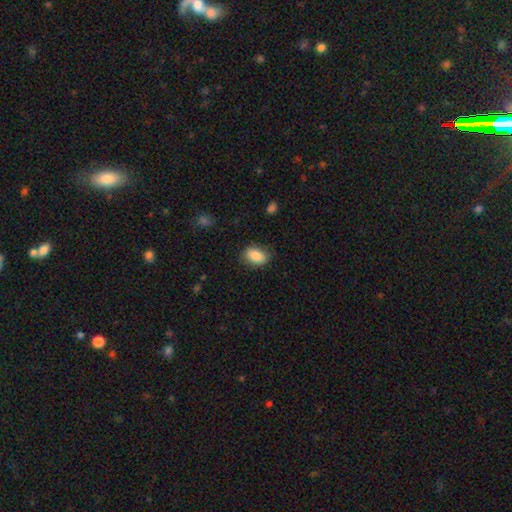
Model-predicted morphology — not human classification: Smooth or featured?
  - smooth: 87% *
  - star or artifact: 7%
  - featured or disk: 6%
How rounded?
  - in between: 85% *
  - round: 13%
  - cigar-shaped: 2%
Merging?
  - none: 81% *
  - minor disturbance: 14%
  - major disturbance: 4%
  - merger: 1%